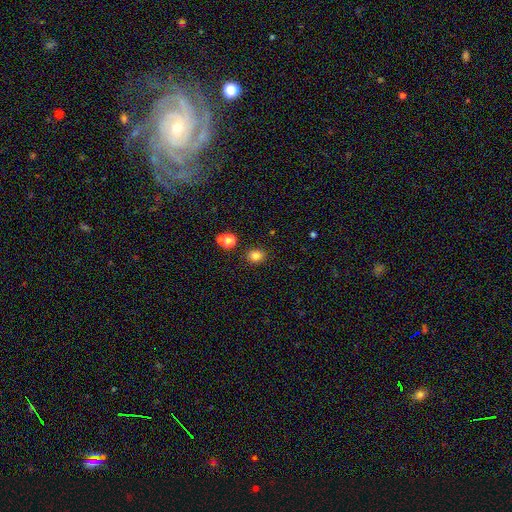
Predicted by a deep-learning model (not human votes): Q: Smooth or featured?
A: smooth (81%); runner-up: star or artifact (14%)
Q: How rounded?
A: round (66%); runner-up: in between (33%)
Q: Merging?
A: none (85%); runner-up: minor disturbance (8%)